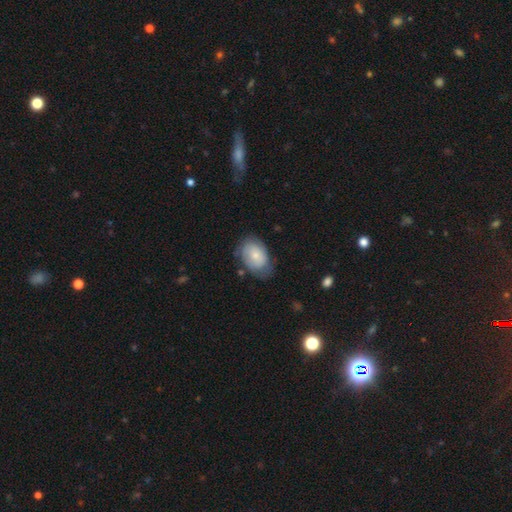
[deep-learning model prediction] Smooth or featured: smooth — 67% (featured or disk — 27%)
How rounded: in between — 82% (round — 16%)
Merging: none — 60% (minor disturbance — 28%)